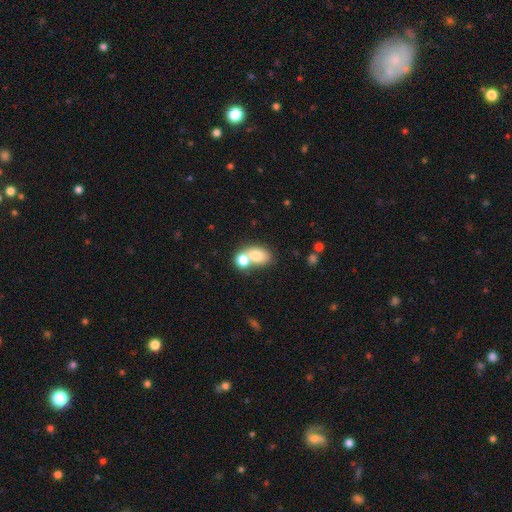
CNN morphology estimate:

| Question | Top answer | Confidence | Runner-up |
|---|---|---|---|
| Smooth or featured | smooth | 74% | featured or disk (17%) |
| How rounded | in between | 64% | round (35%) |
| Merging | merger | 63% | none (26%) |